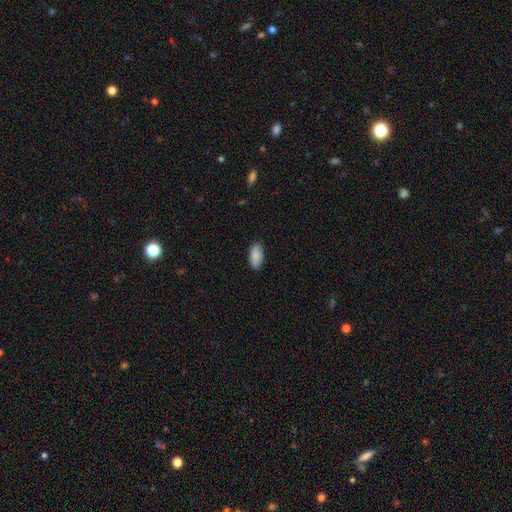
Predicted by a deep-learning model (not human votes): A smooth galaxy with no disk features (88%) that is in between round and cigar-shaped (94%).

Vote fractions:
- Smooth or featured? smooth: 88% / star or artifact: 6% / featured or disk: 6%
- How rounded? in between: 94% / cigar-shaped: 4% / round: 3%
- Merging? none: 85% / minor disturbance: 11% / major disturbance: 2% / merger: 1%